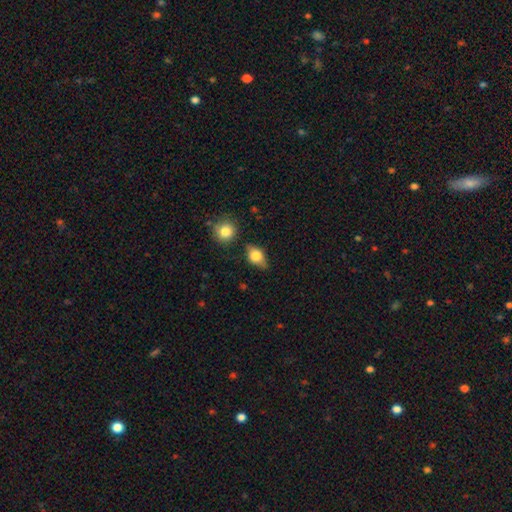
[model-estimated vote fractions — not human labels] A smooth galaxy with no disk features (74%) that is in between round and cigar-shaped (72%). Merging: none (68%).